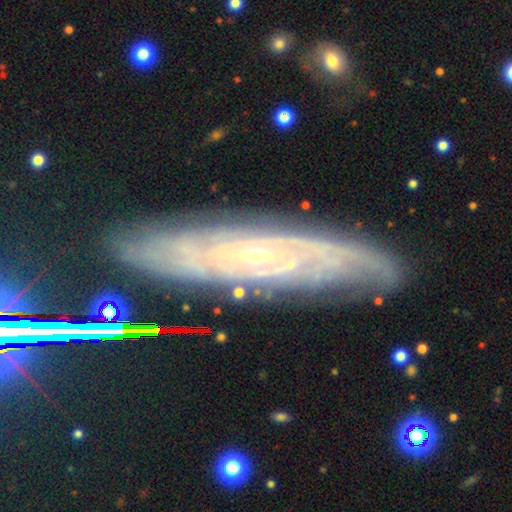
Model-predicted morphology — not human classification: The model was most divided on "bar": no: 54%, weak: 34%, strong: 13%. Remaining: spiral arms — yes (91%); smooth or featured — featured or disk (82%); merging — none (79%); bulge size — small (76%); edge-on disk — no (74%); spiral winding — tight (69%); spiral arm count — can't tell (48%).